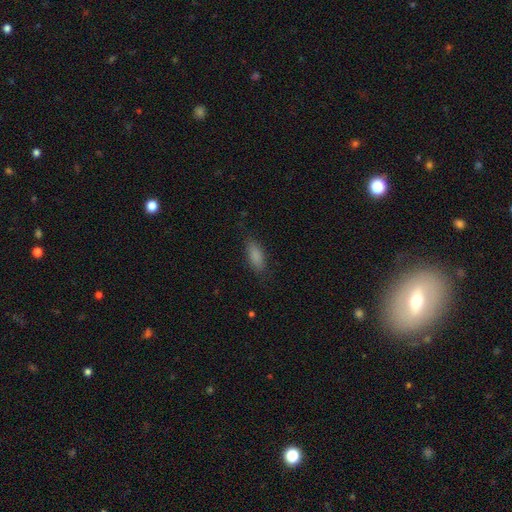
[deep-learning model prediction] A smooth galaxy with no disk features (86%) that is in between round and cigar-shaped (75%). Merging: none (83%).